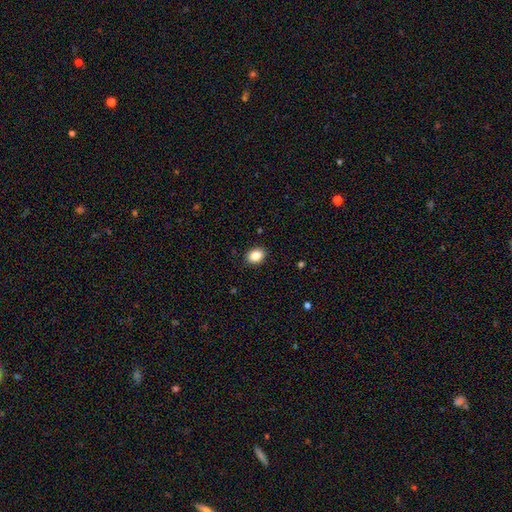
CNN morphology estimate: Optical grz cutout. It shows a smooth galaxy with no disk features (87%) that is in between round and cigar-shaped (63%). Merging: none (90%).